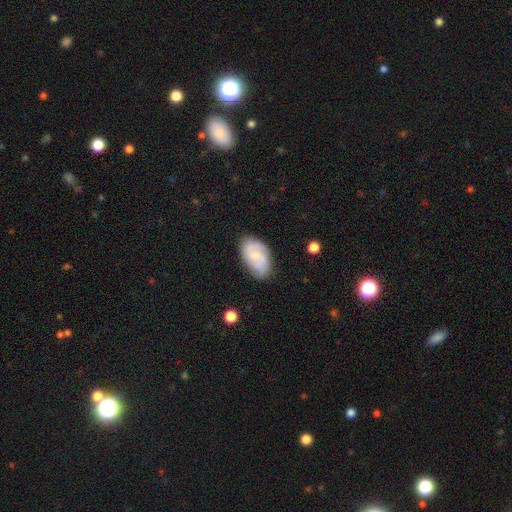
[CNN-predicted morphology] This appears to be a featured or disk galaxy (55%) with no bar (53%), spiral arms (91%) and a small central bulge (55%). Merging: none (76%).